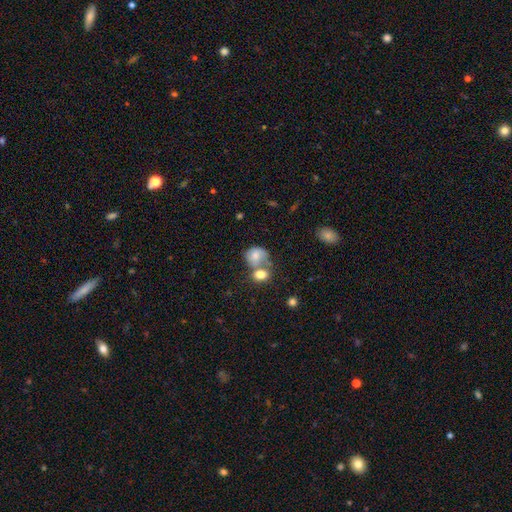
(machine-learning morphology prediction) A smooth galaxy with no disk features (68%) that is round (55%).

Vote fractions:
- Smooth or featured? smooth: 68% / featured or disk: 23% / star or artifact: 9%
- How rounded? round: 55% / in between: 43% / cigar-shaped: 1%
- Merging? merger: 55% / none: 24% / minor disturbance: 13% / major disturbance: 8%